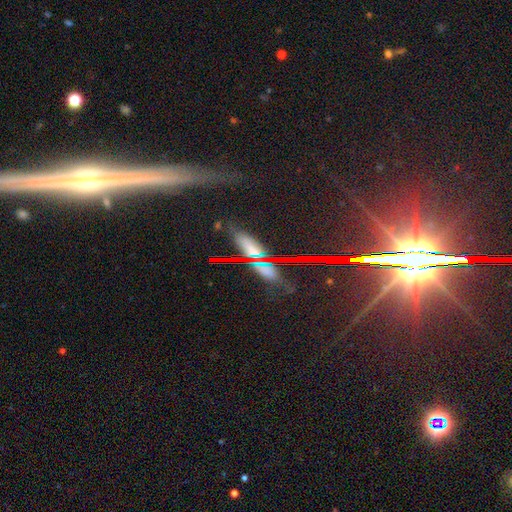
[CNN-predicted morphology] A star or artifact, not a galaxy (51%).

Vote fractions:
- Smooth or featured? star or artifact: 51% / smooth: 30% / featured or disk: 19%